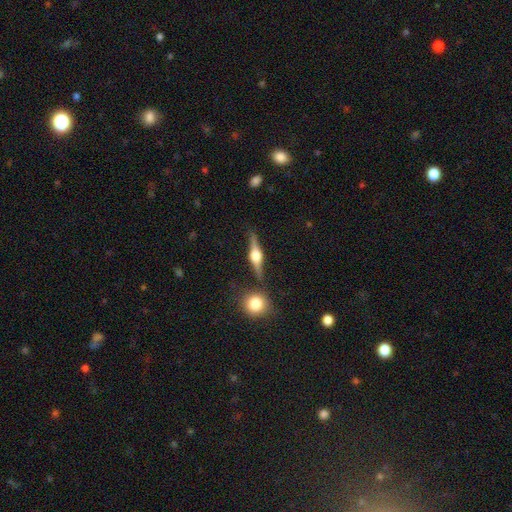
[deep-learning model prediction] Morphology: type=featured or disk (81%); edge-on=yes (97%); edge-on bulge=rounded (94%); merging=none (84%).